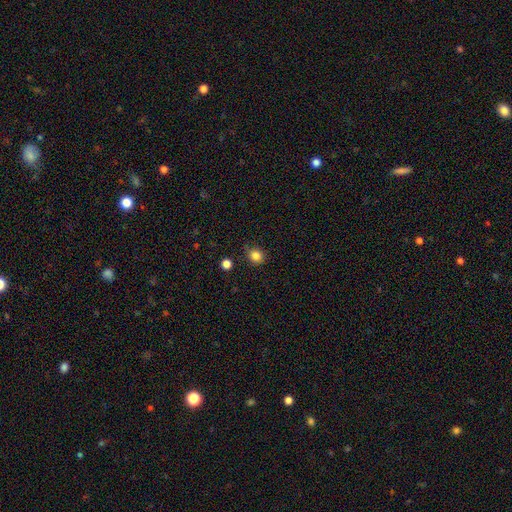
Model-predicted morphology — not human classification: Smooth or featured? Predicted: smooth (p=0.84). How rounded? Predicted: round (p=0.81). Merging? Predicted: none (p=0.80).